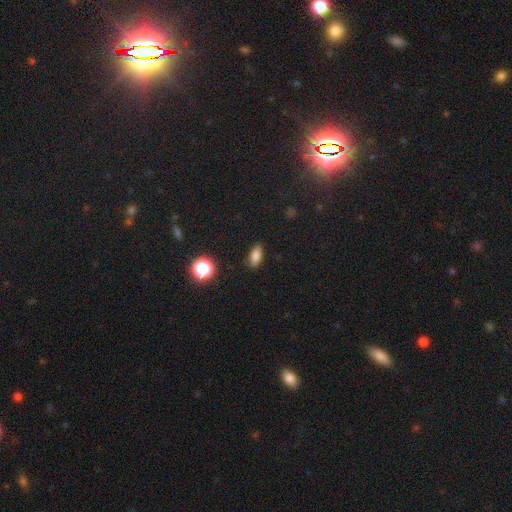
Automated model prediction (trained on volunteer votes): Smooth or featured?
  - smooth: 80% *
  - star or artifact: 12%
  - featured or disk: 8%
How rounded?
  - in between: 81% *
  - cigar-shaped: 13%
  - round: 6%
Merging?
  - none: 87% *
  - minor disturbance: 9%
  - major disturbance: 2%
  - merger: 1%